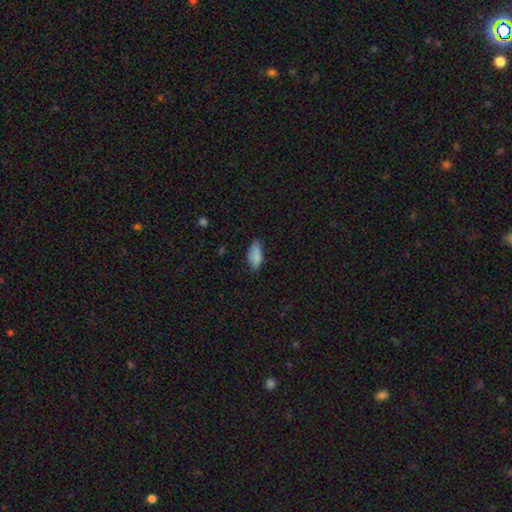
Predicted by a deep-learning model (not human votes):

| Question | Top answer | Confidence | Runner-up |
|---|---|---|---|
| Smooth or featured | smooth | 83% | featured or disk (8%) |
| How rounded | in between | 87% | cigar-shaped (11%) |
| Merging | none | 62% | minor disturbance (30%) |